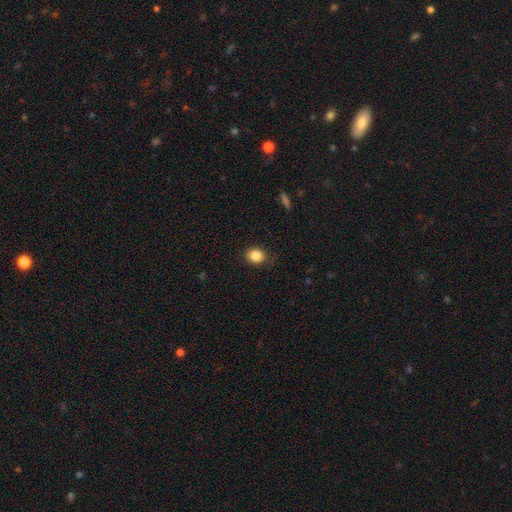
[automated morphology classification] A smooth galaxy with no disk features (85%) that is round (69%).

Vote fractions:
- Smooth or featured? smooth: 85% / star or artifact: 10% / featured or disk: 5%
- How rounded? round: 69% / in between: 30% / cigar-shaped: 1%
- Merging? none: 82% / minor disturbance: 14% / major disturbance: 3% / merger: 1%